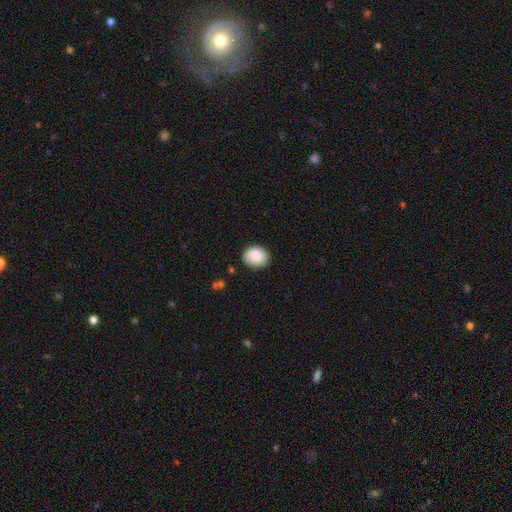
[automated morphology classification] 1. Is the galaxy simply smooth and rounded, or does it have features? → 84% smooth, 8% featured or disk, 7% star or artifact.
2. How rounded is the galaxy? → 58% round, 41% in between, 1% cigar-shaped.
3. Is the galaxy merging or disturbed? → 85% none, 12% minor disturbance, 2% major disturbance, 1% merger.